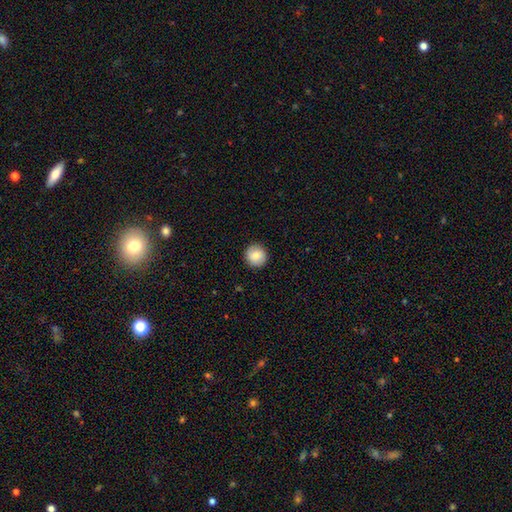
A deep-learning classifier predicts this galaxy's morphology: The model was most divided on "smooth or featured": smooth: 84%, featured or disk: 8%, star or artifact: 8%. More confident: how rounded — round (93%); merging — none (91%).